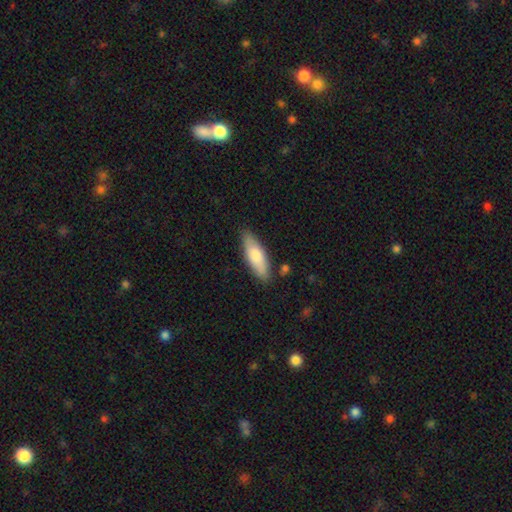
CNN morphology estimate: This appears to be a smooth galaxy with no disk features (74%) that is in between round and cigar-shaped (54%). Merging: none (83%).